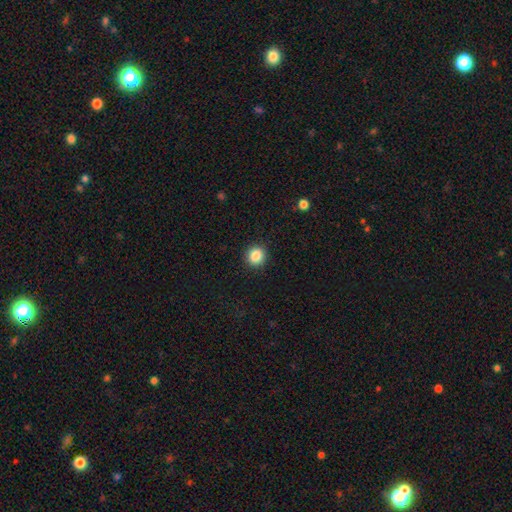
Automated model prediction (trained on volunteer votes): Smooth or featured? smooth (86%)
How rounded? round (88%)
Merging? none (90%)